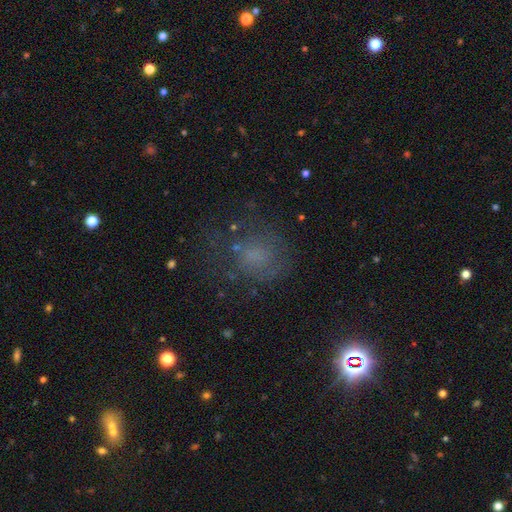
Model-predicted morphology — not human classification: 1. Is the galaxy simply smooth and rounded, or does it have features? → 47% smooth, 28% star or artifact, 25% featured or disk.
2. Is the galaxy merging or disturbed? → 57% none, 20% major disturbance, 20% minor disturbance, 3% merger.